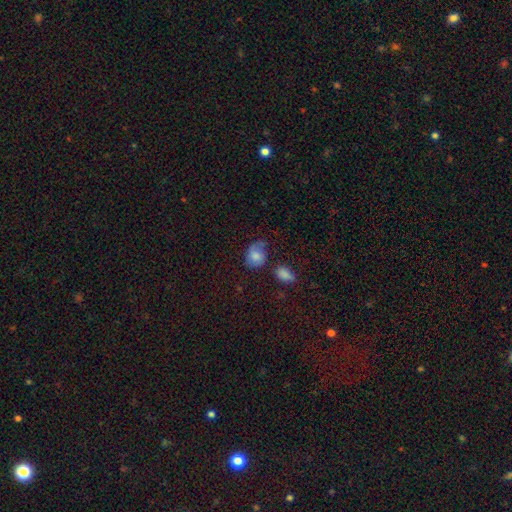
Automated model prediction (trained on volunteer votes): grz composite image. It shows a smooth galaxy with no disk features (72%) that is in between round and cigar-shaped (54%). Merging: none (40%).